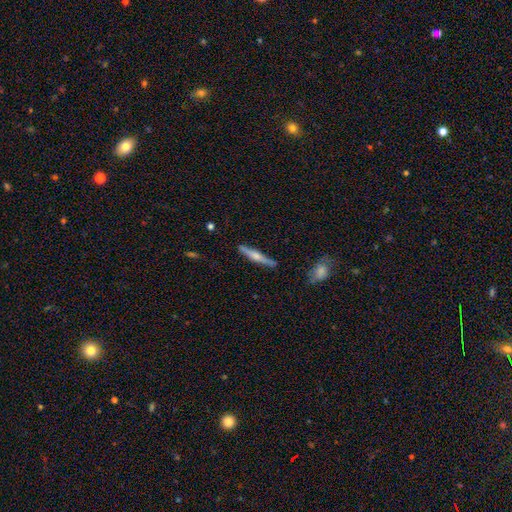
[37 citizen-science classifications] smooth_or_featured: featured or disk (p=0.73) [alt: smooth p=0.27]
disk_edge_on: yes (p=1.00)
edge_on_bulge: rounded (p=0.81) [alt: boxy p=0.19]
merging: none (p=0.86) [alt: minor disturbance p=0.05]